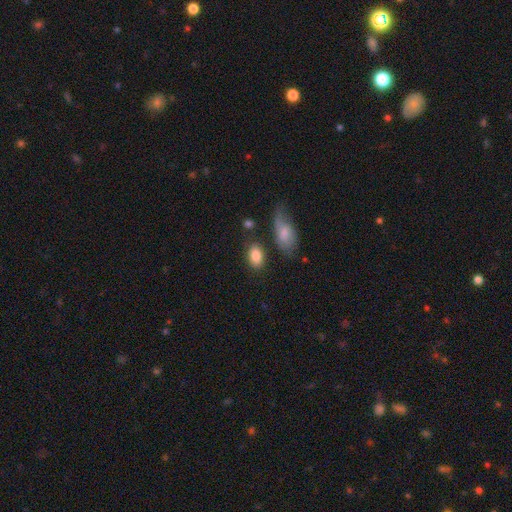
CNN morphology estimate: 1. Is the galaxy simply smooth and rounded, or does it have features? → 86% smooth, 7% featured or disk, 7% star or artifact.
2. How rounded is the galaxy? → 89% in between, 9% round, 2% cigar-shaped.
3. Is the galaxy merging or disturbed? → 74% none, 14% minor disturbance, 7% merger, 5% major disturbance.